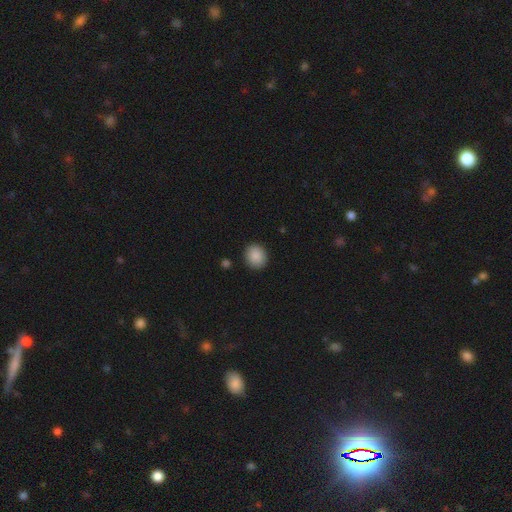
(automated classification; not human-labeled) A smooth galaxy with no disk features (88%) that is round (71%). Merging: none (90%).